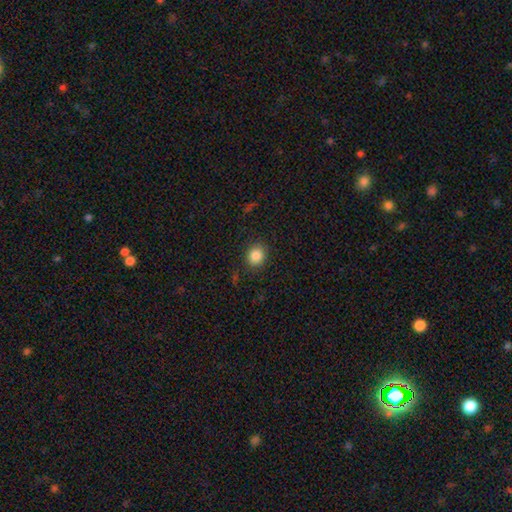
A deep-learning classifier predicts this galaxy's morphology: Smooth or featured? smooth (85%)
How rounded? round (74%)
Merging? none (89%)